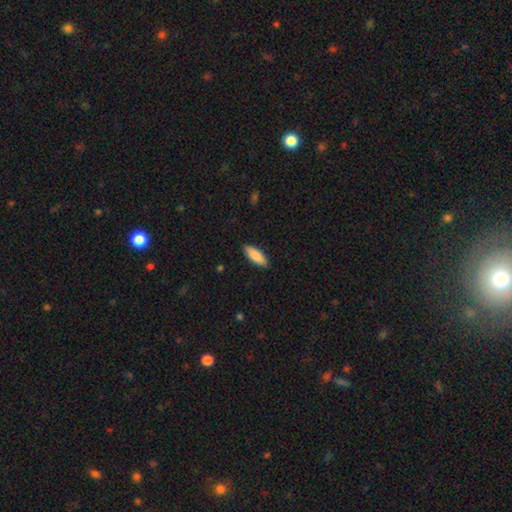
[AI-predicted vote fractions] The model was most divided on "how rounded": in between: 69%, cigar-shaped: 30%, round: 2%. More confident: merging — none (89%); smooth or featured — smooth (87%).